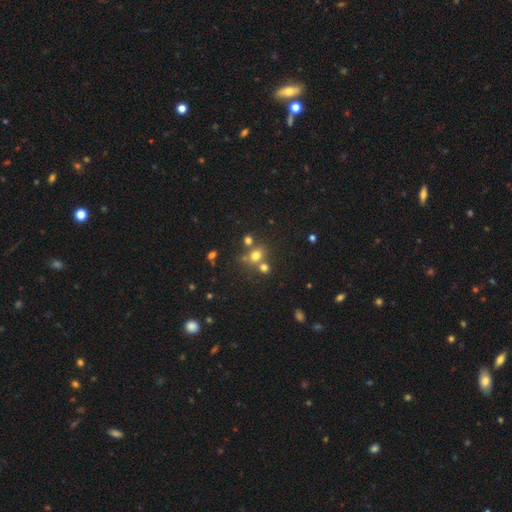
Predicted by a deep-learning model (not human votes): smooth 68%, star or artifact 21%, featured or disk 11%. Down the decision tree: how rounded — round (72%); merging — none (56%).